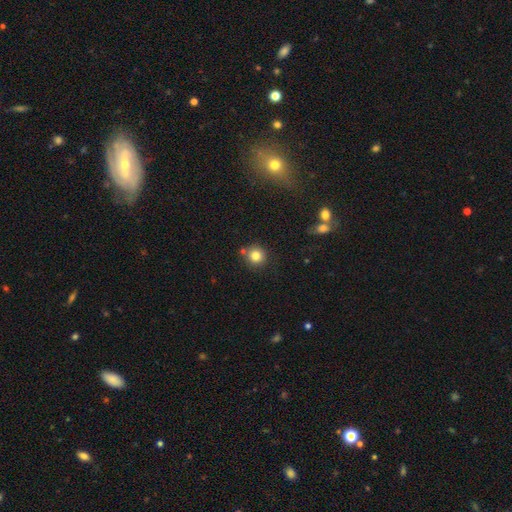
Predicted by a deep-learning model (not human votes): This appears to be a smooth galaxy with no disk features (81%) that is round (92%). Merging: none (80%).